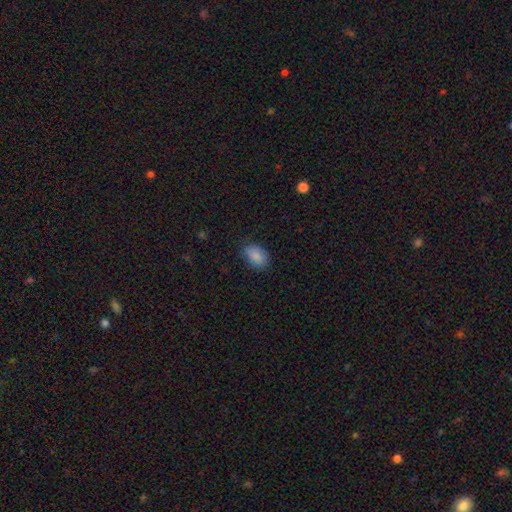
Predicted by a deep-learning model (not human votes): This is clearly a smooth galaxy (87%). How rounded: clearly in between (84%). Merging: likely none (79%).